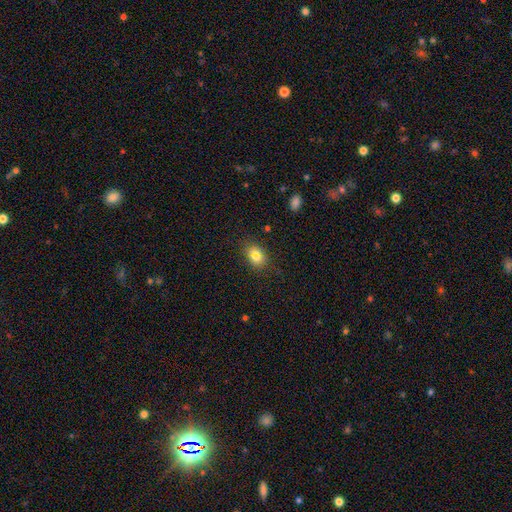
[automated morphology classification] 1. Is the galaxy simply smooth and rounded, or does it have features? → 71% smooth, 17% star or artifact, 12% featured or disk.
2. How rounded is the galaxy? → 59% in between, 39% round, 2% cigar-shaped.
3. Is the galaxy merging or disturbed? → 70% none, 13% merger, 13% minor disturbance, 4% major disturbance.